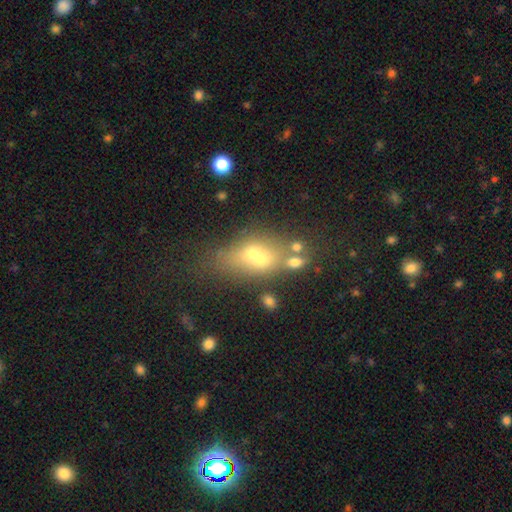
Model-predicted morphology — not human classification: The model was most divided on "smooth or featured": smooth: 50%, featured or disk: 32%, star or artifact: 18%. More confident: merging — merger (54%).